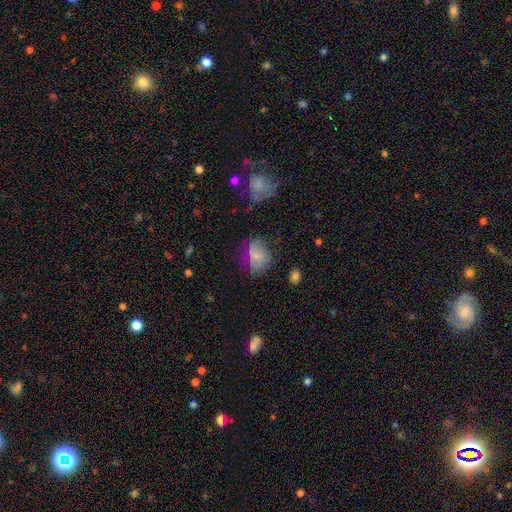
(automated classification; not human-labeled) Smooth or featured? Predicted: smooth (p=0.64). How rounded? Predicted: in between (p=0.58). Merging? Predicted: none (p=0.54).